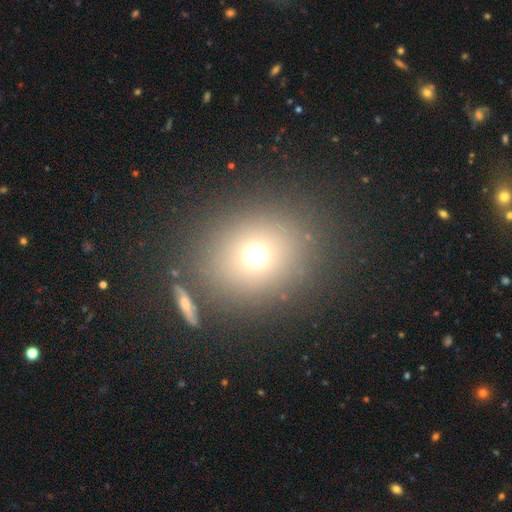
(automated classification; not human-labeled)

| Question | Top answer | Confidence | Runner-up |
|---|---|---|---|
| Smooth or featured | smooth | 68% | star or artifact (21%) |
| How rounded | round | 78% | in between (20%) |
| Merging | none | 79% | minor disturbance (8%) |